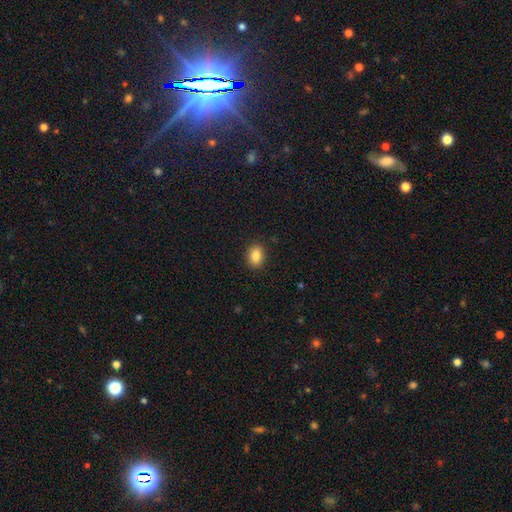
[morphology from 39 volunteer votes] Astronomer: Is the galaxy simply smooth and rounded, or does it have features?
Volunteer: smooth — 90%.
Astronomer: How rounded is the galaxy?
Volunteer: in between — 69%.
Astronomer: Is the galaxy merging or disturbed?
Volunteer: none — 94%.